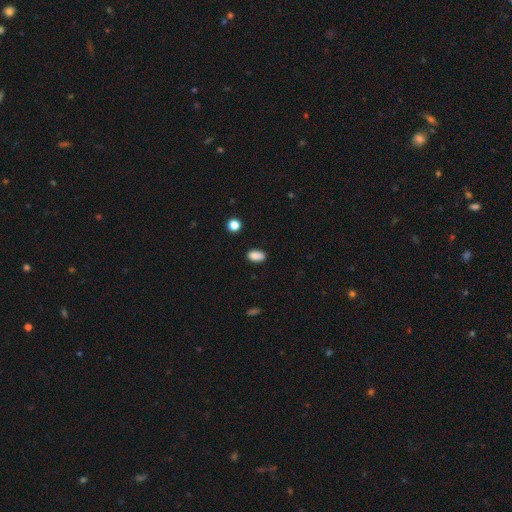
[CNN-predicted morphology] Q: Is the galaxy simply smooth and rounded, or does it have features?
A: smooth — 87%.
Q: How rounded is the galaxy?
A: in between — 90%.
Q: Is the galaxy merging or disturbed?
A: none — 83%.